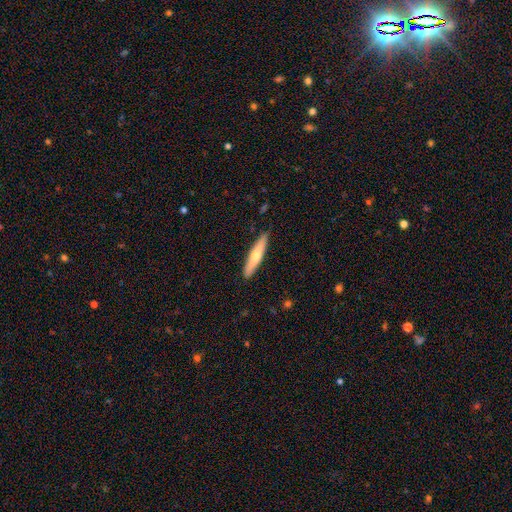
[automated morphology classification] The model was most divided on "smooth or featured": smooth: 53%, featured or disk: 41%, star or artifact: 5%. More confident: merging — none (88%); how rounded — cigar-shaped (85%).